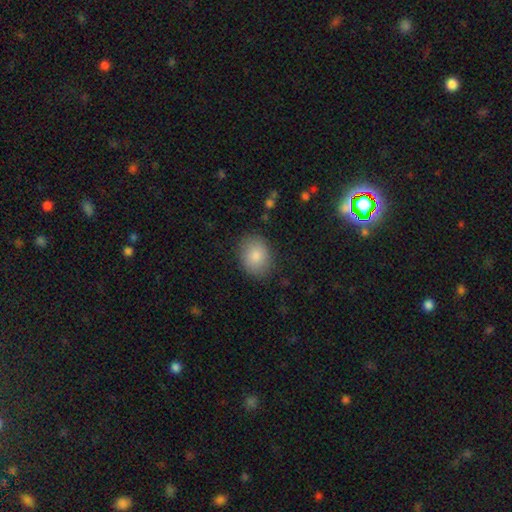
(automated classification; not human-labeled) Smooth or featured?
  - smooth: 85% *
  - featured or disk: 8%
  - star or artifact: 7%
How rounded?
  - in between: 61% *
  - round: 38%
  - cigar-shaped: 1%
Merging?
  - none: 83% *
  - minor disturbance: 12%
  - major disturbance: 3%
  - merger: 1%